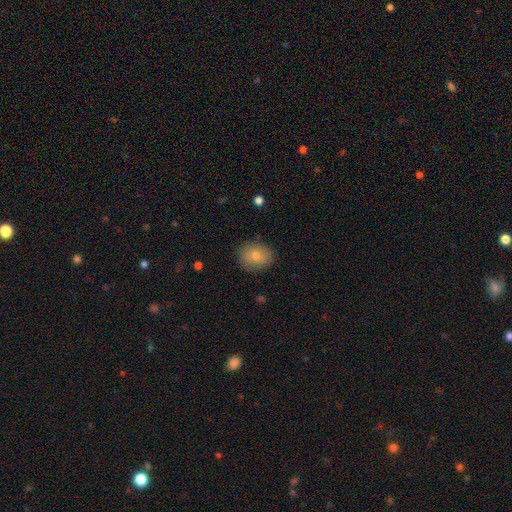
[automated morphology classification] Overall: smooth (80%). How rounded: round (55%; in between 44%). Merging: none (83%).